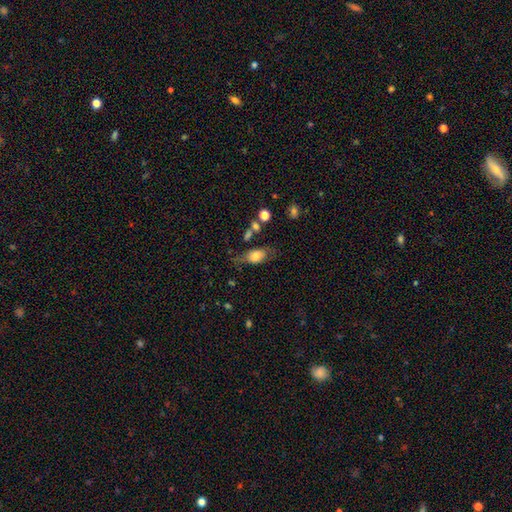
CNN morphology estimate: Smooth or featured? Predicted: smooth (p=0.67). How rounded? Predicted: in between (p=0.82). Merging? Predicted: none (p=0.55).